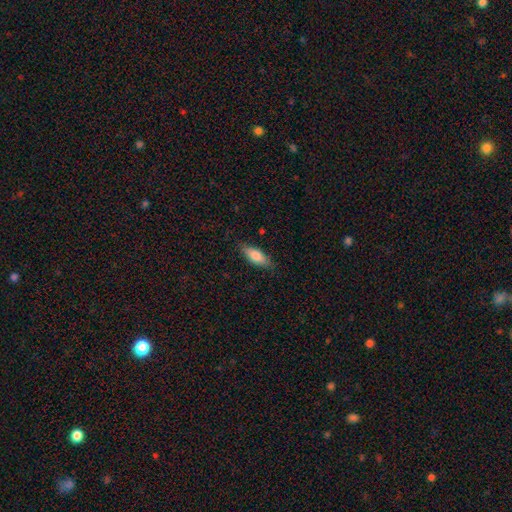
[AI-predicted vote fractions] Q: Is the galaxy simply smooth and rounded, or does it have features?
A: smooth — 80%.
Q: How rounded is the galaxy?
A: in between — 75%.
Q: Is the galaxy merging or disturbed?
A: none — 81%.